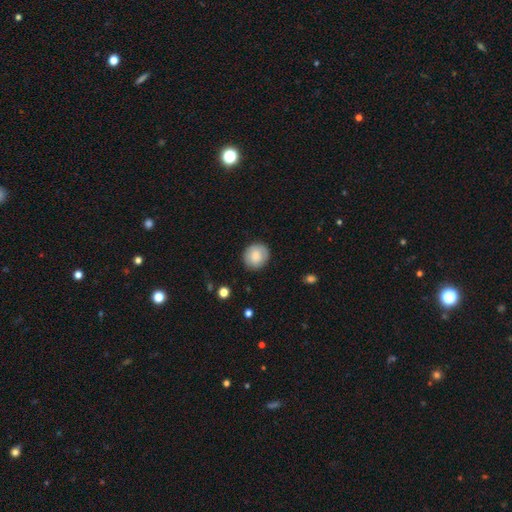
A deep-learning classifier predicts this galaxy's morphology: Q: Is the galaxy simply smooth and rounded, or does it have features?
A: smooth — 80%.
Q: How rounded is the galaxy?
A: round — 84%.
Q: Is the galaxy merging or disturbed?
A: none — 86%.